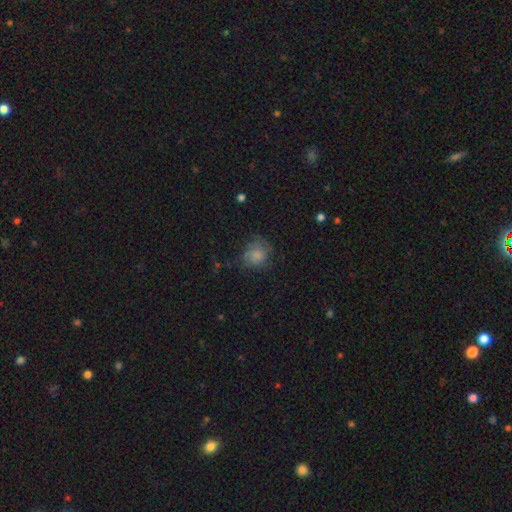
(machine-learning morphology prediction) smooth 71%, star or artifact 15%, featured or disk 14%. Down the decision tree: how rounded — round (78%); merging — none (62%).